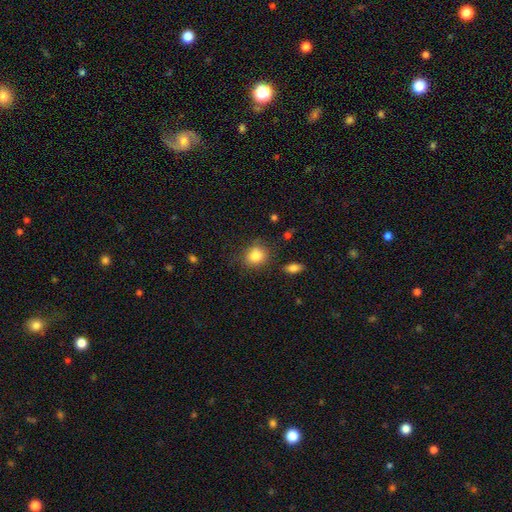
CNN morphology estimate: Smooth or featured? Predicted: smooth (p=0.84). How rounded? Predicted: round (p=0.67). Merging? Predicted: none (p=0.78).